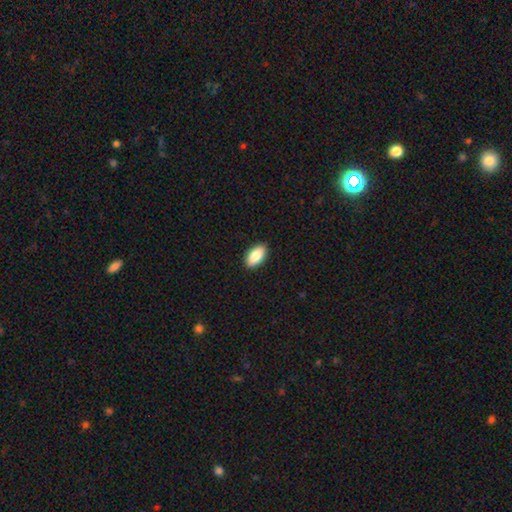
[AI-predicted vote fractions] smooth_or_featured: smooth (p=0.86) [alt: featured or disk p=0.07]
how_rounded: in between (p=0.94) [alt: cigar-shaped p=0.03]
merging: none (p=0.91) [alt: minor disturbance p=0.07]